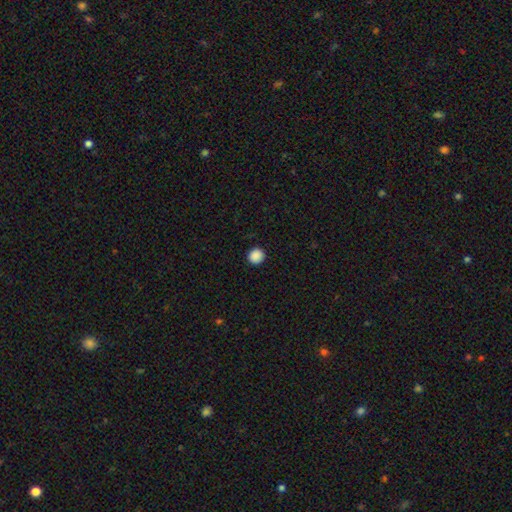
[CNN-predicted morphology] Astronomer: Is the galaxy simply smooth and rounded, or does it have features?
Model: smooth — 89%.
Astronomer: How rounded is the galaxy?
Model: round — 94%.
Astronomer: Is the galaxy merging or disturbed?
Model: none — 93%.